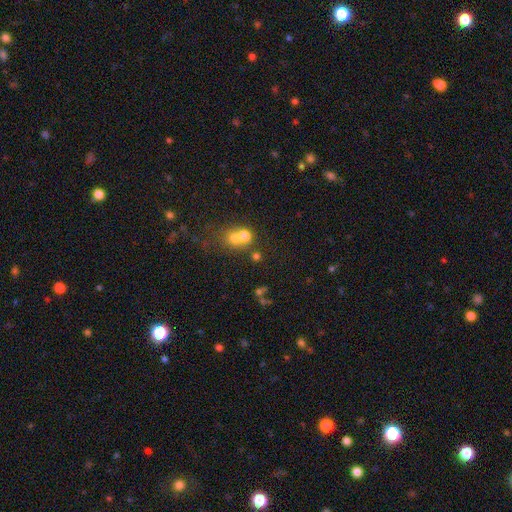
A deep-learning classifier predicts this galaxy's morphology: Smooth or featured? smooth (52%)
How rounded? round (80%)
Merging? none (49%)